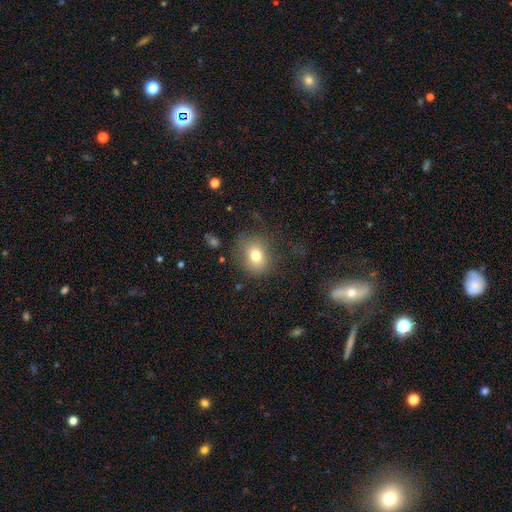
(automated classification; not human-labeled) A smooth galaxy with no disk features (75%) that is round (62%). Merging: none (68%).